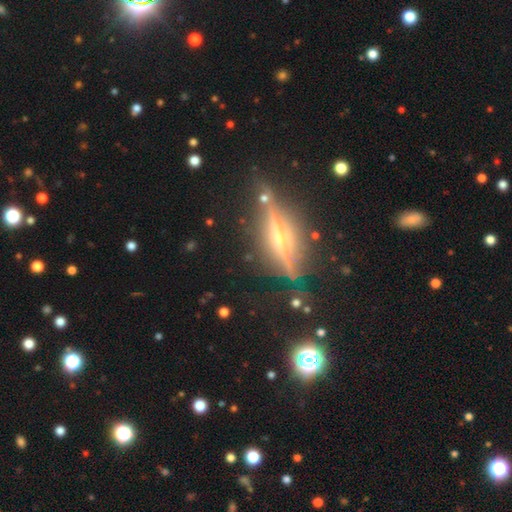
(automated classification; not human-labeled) Smooth or featured? featured or disk (80%)
Edge-on disk? yes (93%)
Edge-on bulge? rounded (79%)
Merging? none (77%)